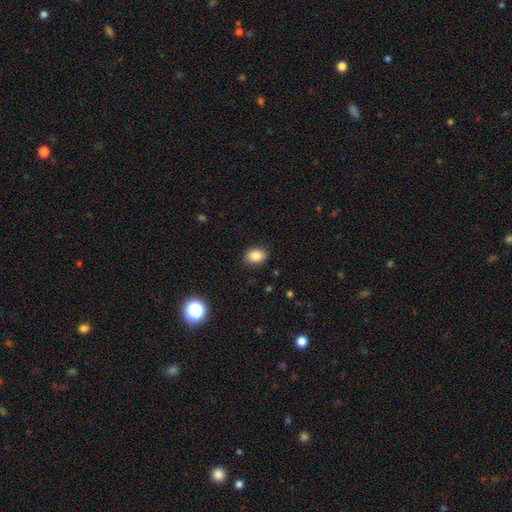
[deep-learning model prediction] Overall: smooth (85%). How rounded: in between (72%). Merging: none (88%).